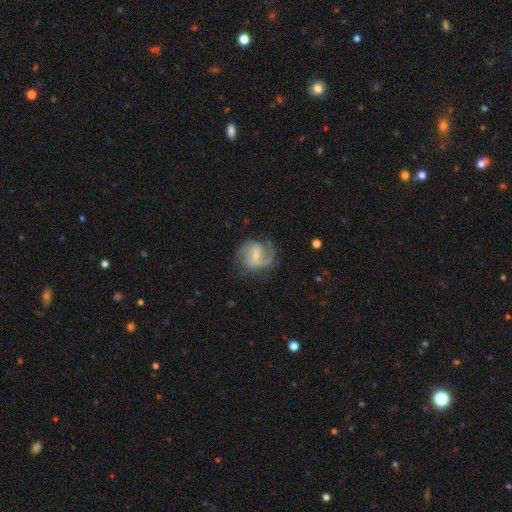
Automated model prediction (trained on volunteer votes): Smooth or featured? featured or disk (82%)
Edge-on disk? no (98%)
Bar? weak (55%)
Spiral arms? yes (95%)
Spiral winding? medium (50%)
Spiral arm count? 2 (60%)
Bulge size? small (64%)
Merging? none (66%)